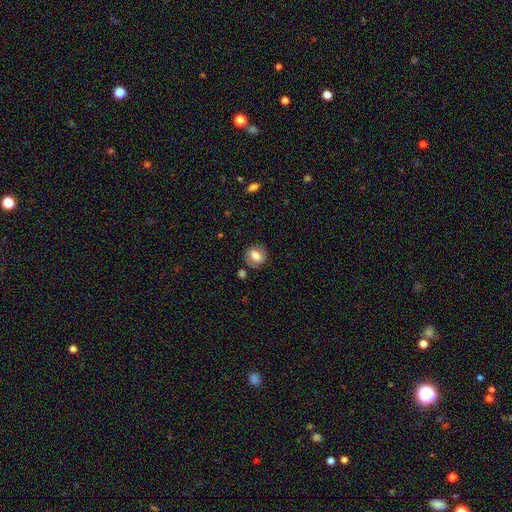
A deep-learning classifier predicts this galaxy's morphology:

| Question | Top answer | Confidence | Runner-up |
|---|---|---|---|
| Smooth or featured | smooth | 71% | featured or disk (20%) |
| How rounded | round | 63% | in between (35%) |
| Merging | none | 79% | minor disturbance (13%) |